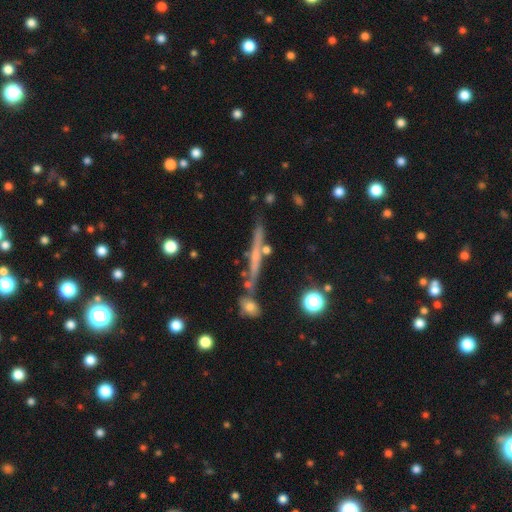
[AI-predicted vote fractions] Smooth or featured? Predicted: featured or disk (p=0.56). Edge-on disk? Predicted: yes (p=0.95). Edge-on bulge? Predicted: none (p=0.67). Merging? Predicted: none (p=0.77).